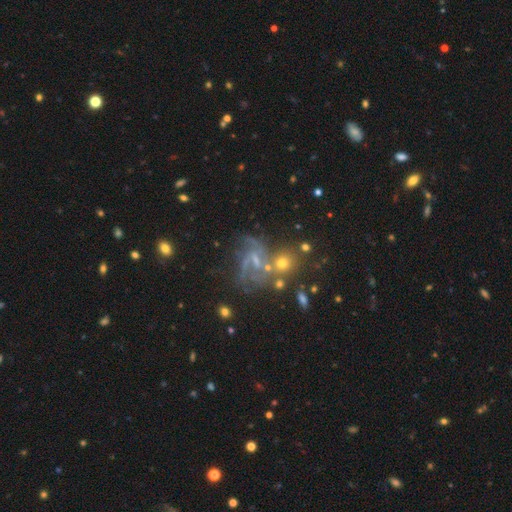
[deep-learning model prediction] A featured or disk galaxy (61%) with no bar (49%), spiral arms (77%) and a small central bulge (59%). Merging: none (42%).